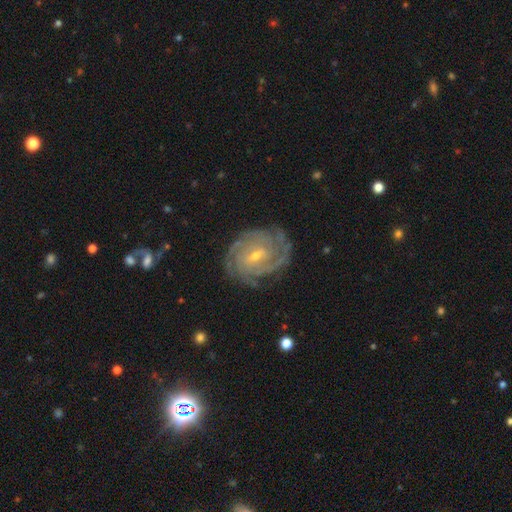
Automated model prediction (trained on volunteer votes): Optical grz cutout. It shows a featured or disk galaxy (90%) with a weak bar (54%), can't tell (23%, tied with 3) tight (76%) spiral arms (98%) and a small central bulge (64%). Merging: none (79%).